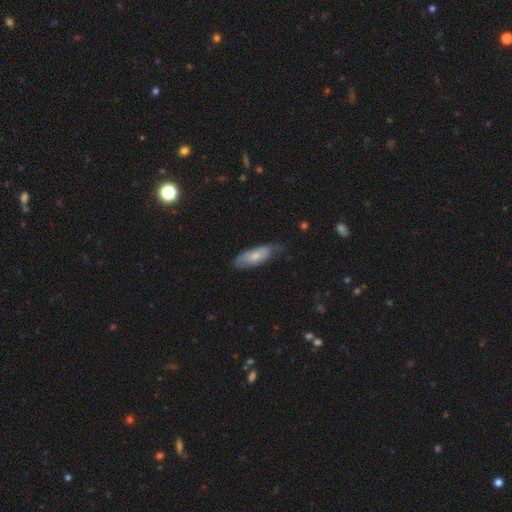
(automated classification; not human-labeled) Smooth or featured: smooth — 58% (featured or disk — 36%)
How rounded: in between — 73% (cigar-shaped — 24%)
Merging: none — 57% (minor disturbance — 33%)